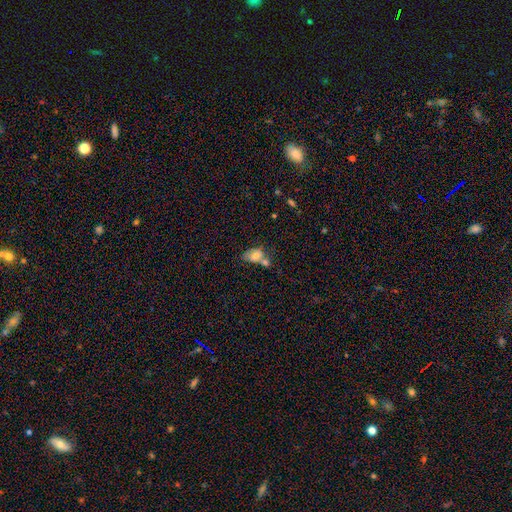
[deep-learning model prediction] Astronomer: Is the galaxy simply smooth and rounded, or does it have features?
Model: smooth — 69%.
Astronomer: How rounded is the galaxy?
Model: in between — 83%.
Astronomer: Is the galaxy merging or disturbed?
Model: merger — 45% (runner-up: none, 28%).